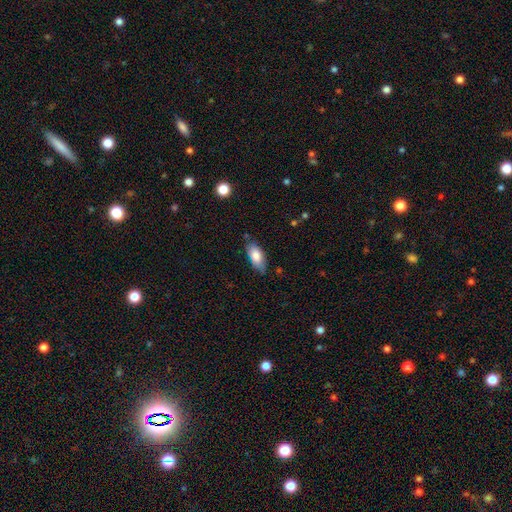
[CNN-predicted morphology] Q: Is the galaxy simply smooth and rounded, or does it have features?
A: smooth — 80%.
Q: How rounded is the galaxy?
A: in between — 86%.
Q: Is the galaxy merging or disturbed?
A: none — 74%.